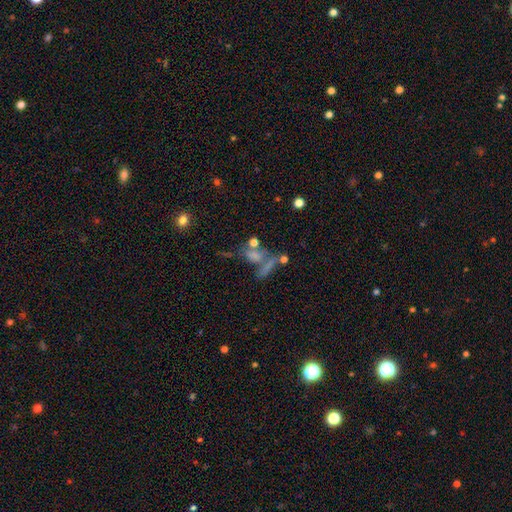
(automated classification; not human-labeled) smooth_or_featured: smooth (p=0.48) [alt: featured or disk p=0.28]
merging: merger (p=0.35) [alt: none p=0.33]